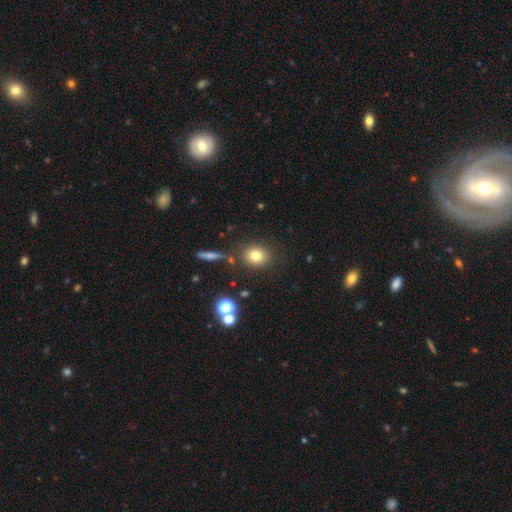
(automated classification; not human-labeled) Overall: smooth (77%). How rounded: round (72%). Merging: none (82%).